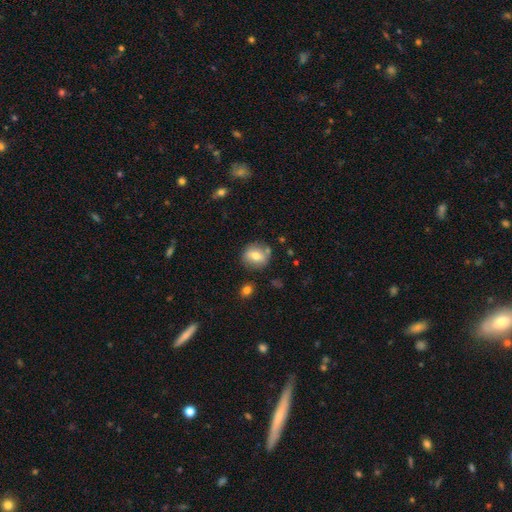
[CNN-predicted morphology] Smooth or featured?
  - smooth: 64% *
  - featured or disk: 27%
  - star or artifact: 9%
How rounded?
  - round: 77% *
  - in between: 22%
  - cigar-shaped: 1%
Merging?
  - none: 79% *
  - minor disturbance: 12%
  - merger: 5%
  - major disturbance: 3%